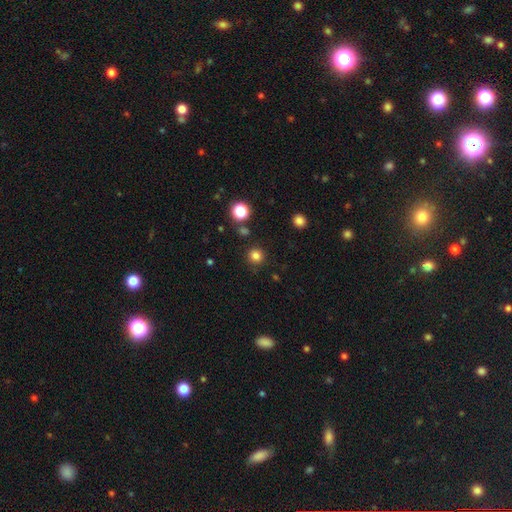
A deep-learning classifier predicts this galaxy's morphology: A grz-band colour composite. It shows a smooth galaxy with no disk features (81%) that is round (94%). Merging: none (88%).